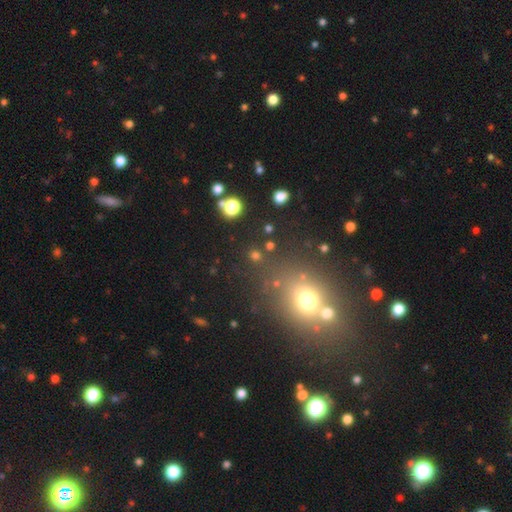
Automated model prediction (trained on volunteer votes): Smooth or featured?
  - smooth: 56% *
  - star or artifact: 34%
  - featured or disk: 10%
How rounded?
  - round: 74% *
  - in between: 24%
  - cigar-shaped: 2%
Merging?
  - none: 73% *
  - merger: 12%
  - minor disturbance: 9%
  - major disturbance: 5%